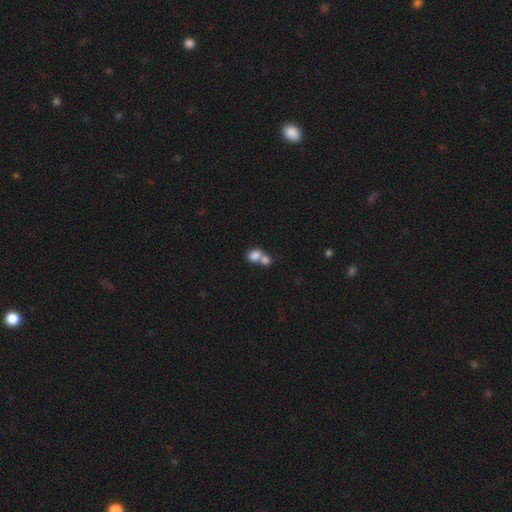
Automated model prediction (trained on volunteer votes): Smooth or featured? Predicted: smooth (p=0.80). How rounded? Predicted: in between (p=0.52). Merging? Predicted: merger (p=0.64).